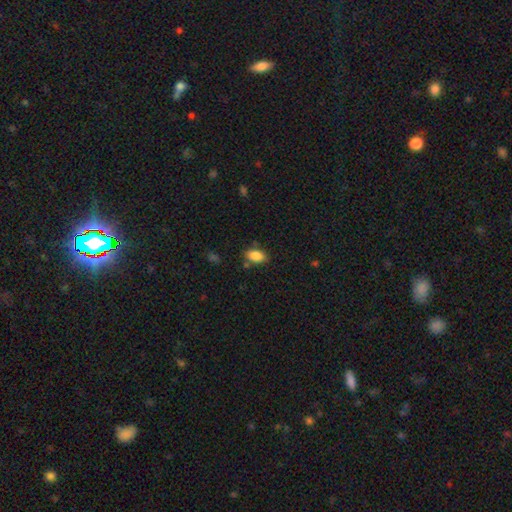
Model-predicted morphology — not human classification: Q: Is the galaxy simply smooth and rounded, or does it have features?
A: smooth — 87%.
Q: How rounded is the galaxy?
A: in between — 90%.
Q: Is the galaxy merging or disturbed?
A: none — 78%.